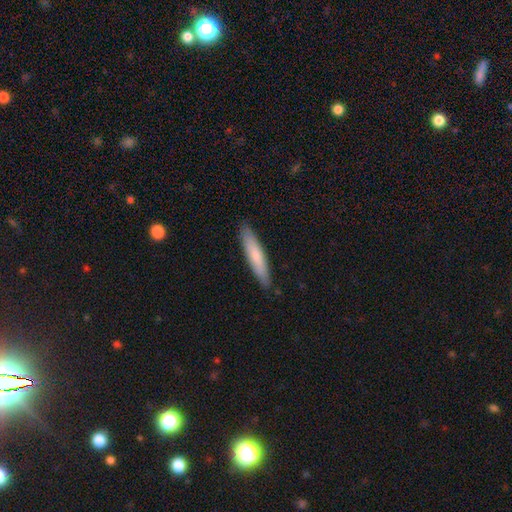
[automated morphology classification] This appears to be a smooth galaxy with no disk features (74%) that is cigar-shaped (88%). Merging: none (89%).